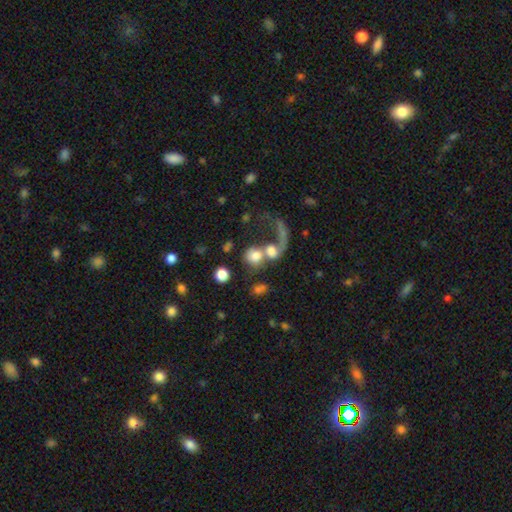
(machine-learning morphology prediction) Q: Smooth or featured?
A: smooth (58%); runner-up: featured or disk (31%)
Q: How rounded?
A: round (69%); runner-up: in between (28%)
Q: Merging?
A: merger (61%); runner-up: major disturbance (18%)